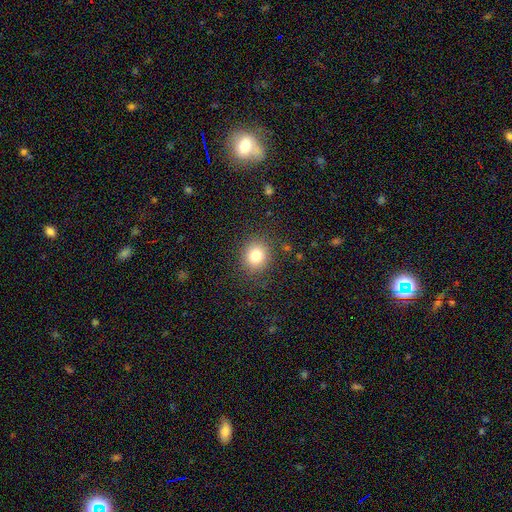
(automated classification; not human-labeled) Smooth or featured? smooth (80%)
How rounded? round (82%)
Merging? none (87%)